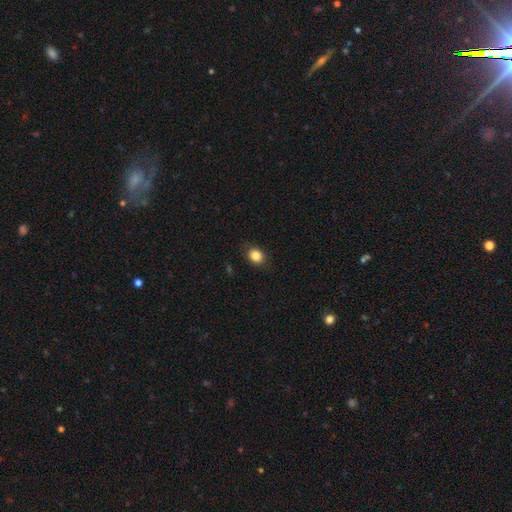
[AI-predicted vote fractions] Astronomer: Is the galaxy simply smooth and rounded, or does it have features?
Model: smooth — 85%.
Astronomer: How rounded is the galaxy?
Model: round — 52% (runner-up: in between, 47%).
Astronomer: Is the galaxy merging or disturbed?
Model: none — 85%.